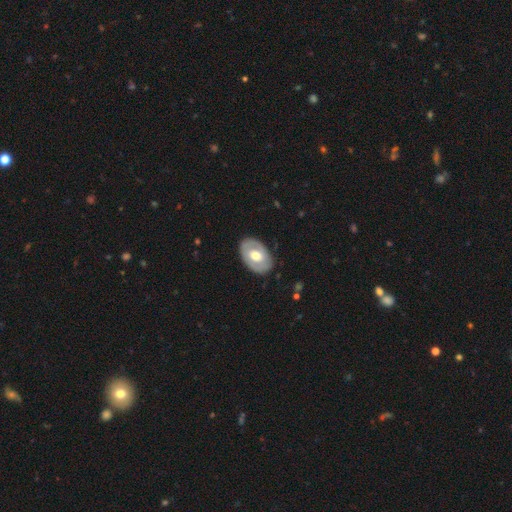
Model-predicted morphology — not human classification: Smooth or featured: featured or disk — 50% (smooth — 46%)
Merging: none — 84% (minor disturbance — 12%)